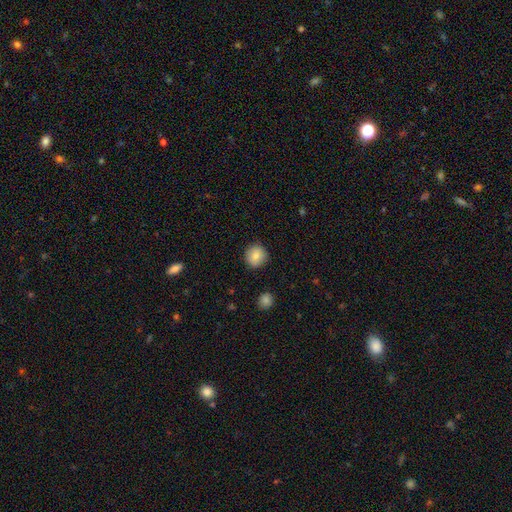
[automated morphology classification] Smooth or featured?
  - smooth: 84% *
  - star or artifact: 8%
  - featured or disk: 8%
How rounded?
  - round: 91% *
  - in between: 8%
  - cigar-shaped: 1%
Merging?
  - none: 90% *
  - minor disturbance: 7%
  - major disturbance: 2%
  - merger: 1%